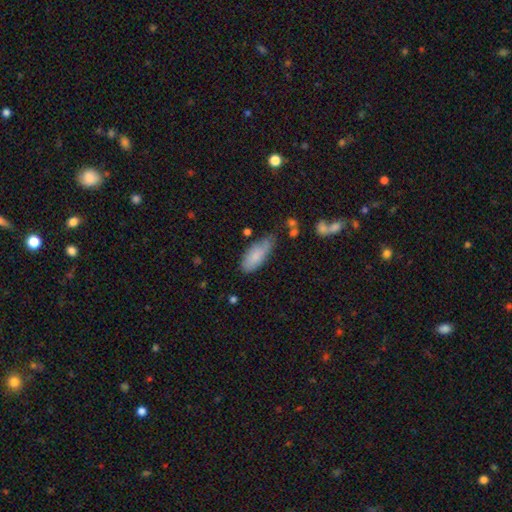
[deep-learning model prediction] The model was most divided on "merging": none: 54%, minor disturbance: 34%, major disturbance: 8%, merger: 4%. More confident: smooth or featured — smooth (82%); how rounded — in between (80%).